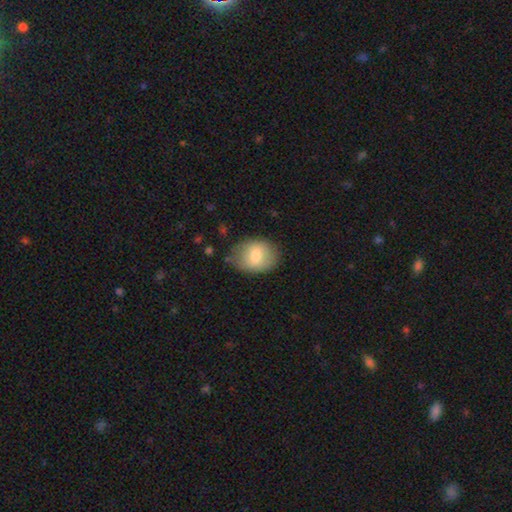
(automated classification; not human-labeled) A smooth galaxy with no disk features (73%) that is in between round and cigar-shaped (62%).

Vote fractions:
- Smooth or featured? smooth: 73% / featured or disk: 20% / star or artifact: 7%
- How rounded? in between: 62% / round: 37% / cigar-shaped: 1%
- Merging? none: 71% / minor disturbance: 22% / major disturbance: 5% / merger: 2%